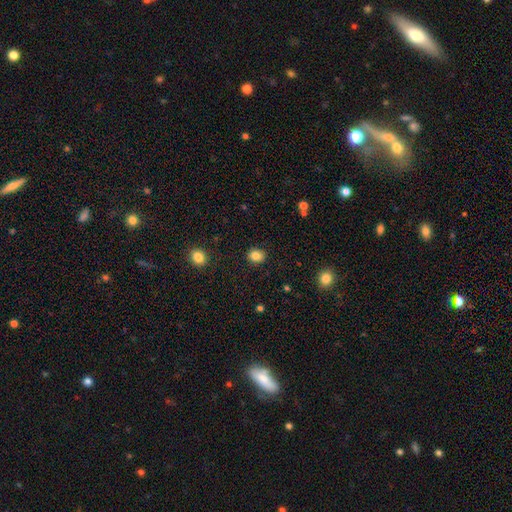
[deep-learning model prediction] smooth-or-featured: smooth: 84% | star or artifact: 11% | featured or disk: 5%
  how-rounded: round: 68% | in between: 31% | cigar-shaped: 1%
  merging: none: 89% | minor disturbance: 8% | major disturbance: 2% | merger: 1%